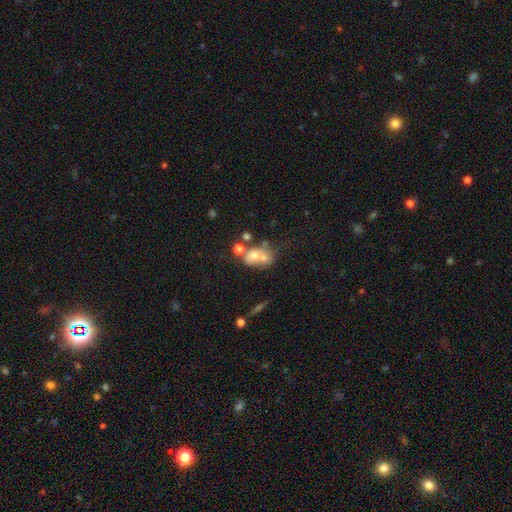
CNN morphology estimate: Overall: smooth (57%; featured or disk 30%). How rounded: in between (57%; round 42%). Merging: merger (55%; none 26%).